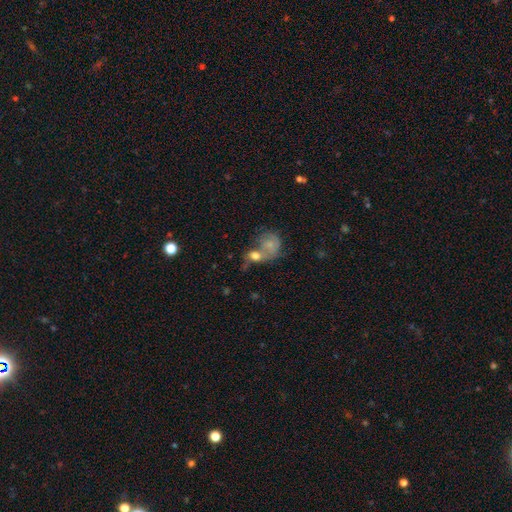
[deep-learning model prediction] This is likely a smooth galaxy (60%). How rounded: possibly in between (54%). Merging: possibly merger (59%).